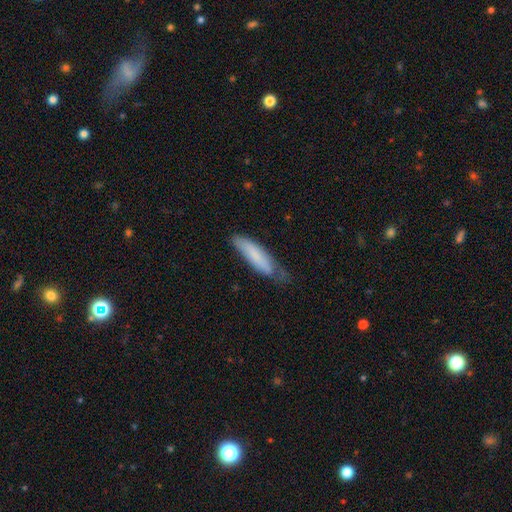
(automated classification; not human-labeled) This is likely a smooth galaxy (76%). How rounded: likely cigar-shaped (67%). Merging: possibly none (50%).